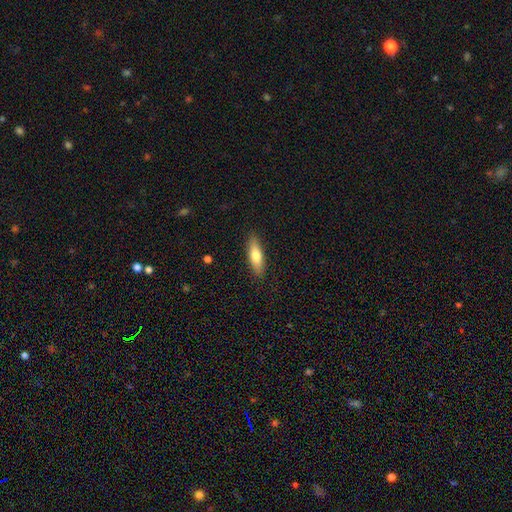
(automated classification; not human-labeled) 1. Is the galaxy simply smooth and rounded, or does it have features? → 71% smooth, 23% featured or disk, 6% star or artifact.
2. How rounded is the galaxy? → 54% cigar-shaped, 44% in between, 2% round.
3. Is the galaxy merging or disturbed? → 88% none, 9% minor disturbance, 2% major disturbance, 1% merger.